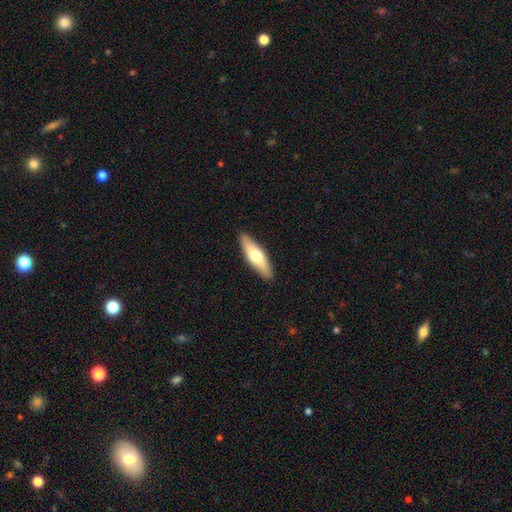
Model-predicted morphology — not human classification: Overall: smooth (59%; featured or disk 36%). How rounded: cigar-shaped (63%; in between 36%). Merging: none (90%).